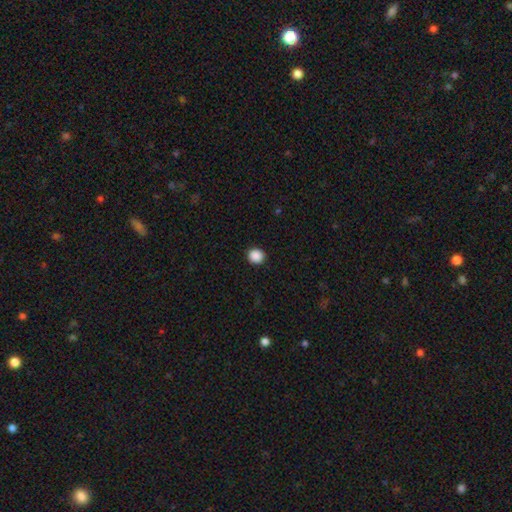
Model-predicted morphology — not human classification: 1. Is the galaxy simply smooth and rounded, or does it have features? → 89% smooth, 9% star or artifact, 2% featured or disk.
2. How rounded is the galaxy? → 88% round, 11% in between, 1% cigar-shaped.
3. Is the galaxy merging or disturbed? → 93% none, 5% minor disturbance, 2% major disturbance, 1% merger.